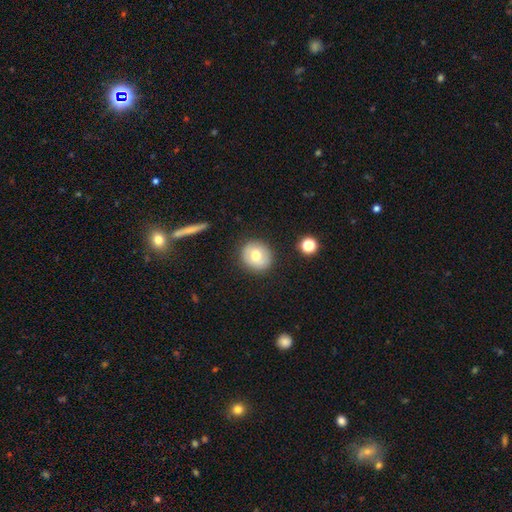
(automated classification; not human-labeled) This is likely a smooth galaxy (69%). How rounded: clearly round (83%). Merging: clearly none (87%).